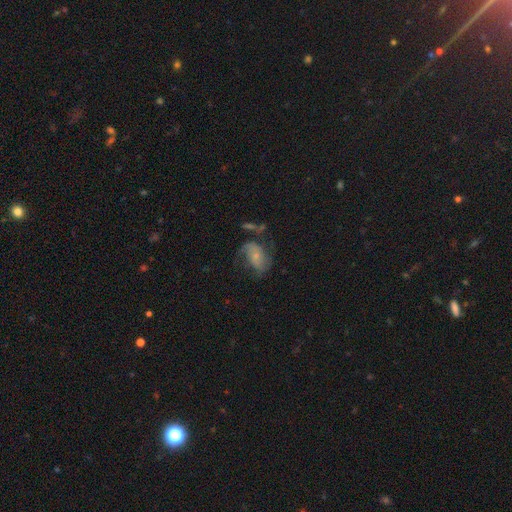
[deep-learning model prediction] This appears to be a featured or disk galaxy (70%) with no bar (65%), 2 (62%) loose (45%) spiral arms (87%) and a small central bulge (71%). Merging: none (40%).